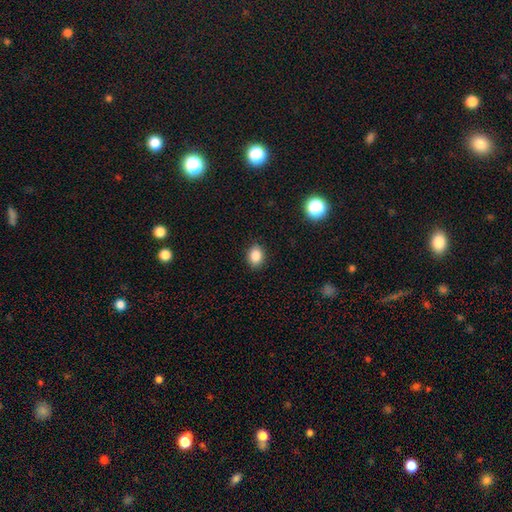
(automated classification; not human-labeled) Overall: smooth (86%). How rounded: in between (62%; round 37%). Merging: none (88%).